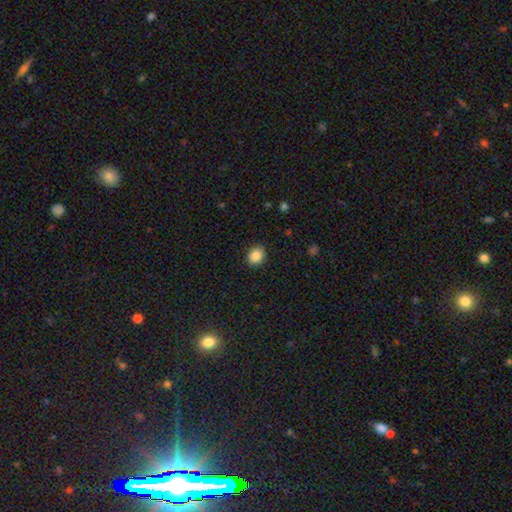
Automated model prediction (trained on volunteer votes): This is clearly a smooth galaxy (87%). How rounded: possibly round (57%). Merging: clearly none (90%).